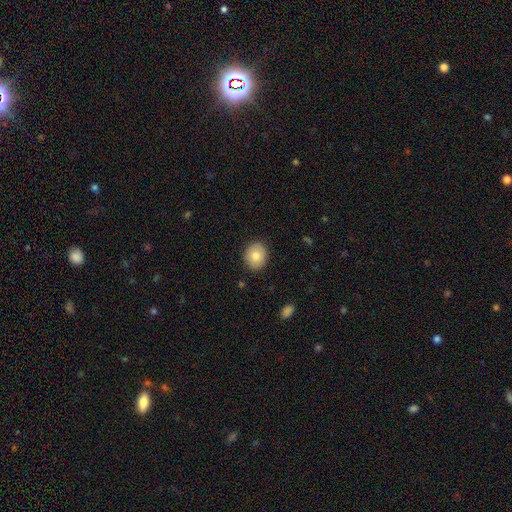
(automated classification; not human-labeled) This appears to be a smooth galaxy with no disk features (81%) that is round (67%). Merging: none (88%).